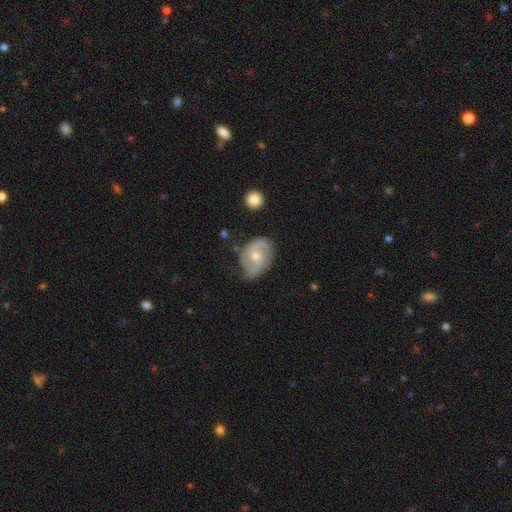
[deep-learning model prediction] Overall: featured or disk (78%). Edge-on disk: no (96%). Bar: no (59%; weak 33%). Spiral arms: yes (91%). Spiral arm count: 2 (72%). Spiral winding: medium (44%; tight 33%). Bulge size: moderate (63%; small 34%). Merging: none (65%; minor disturbance 25%).